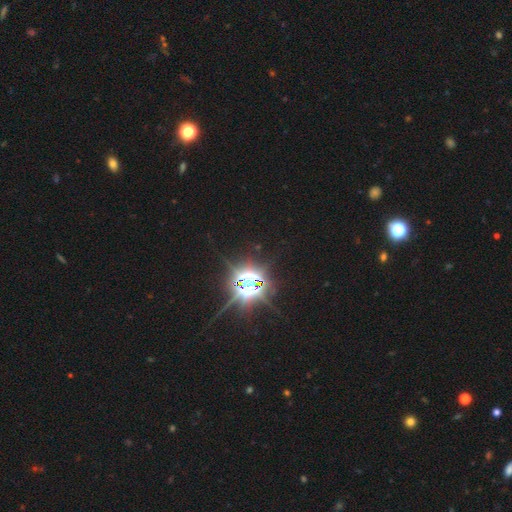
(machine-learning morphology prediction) smooth_or_featured: star or artifact (p=0.85) [alt: smooth p=0.08]